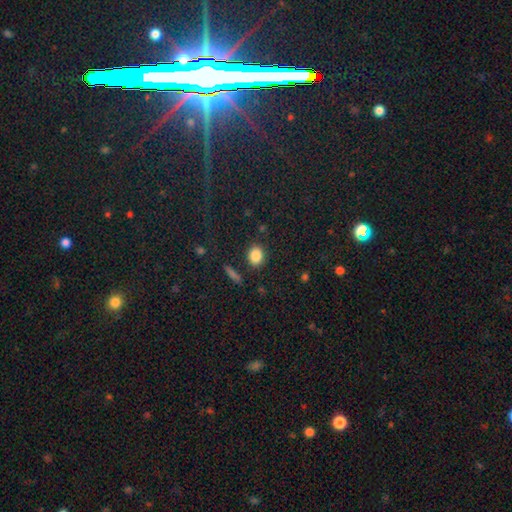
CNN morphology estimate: This appears to be a smooth galaxy with no disk features (86%) that is in between round and cigar-shaped (49%, tied with round). Merging: none (84%).